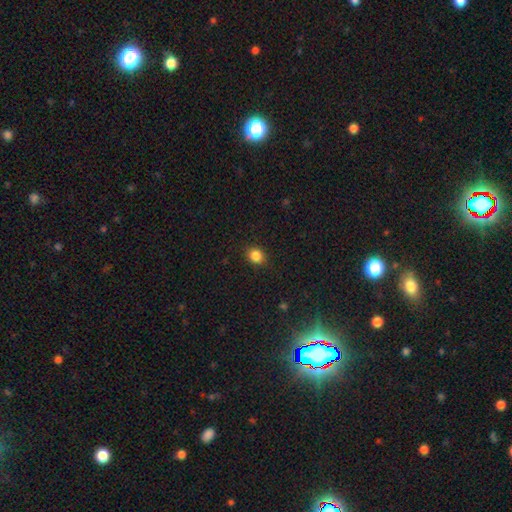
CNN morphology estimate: This is clearly a smooth galaxy (85%). How rounded: likely round (68%). Merging: clearly none (88%).